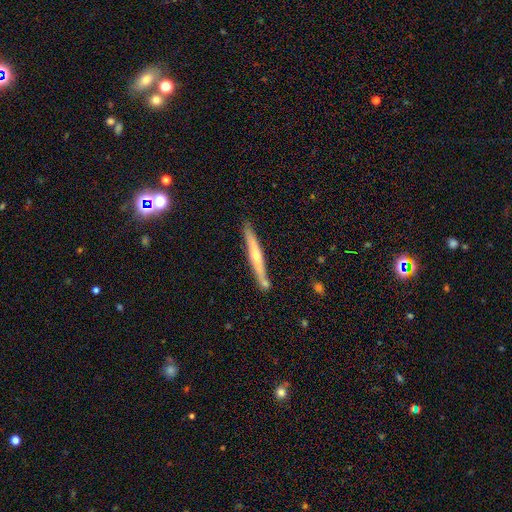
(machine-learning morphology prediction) type=featured or disk (57%); edge-on=yes (95%); edge-on bulge=rounded (73%); merging=none (80%).